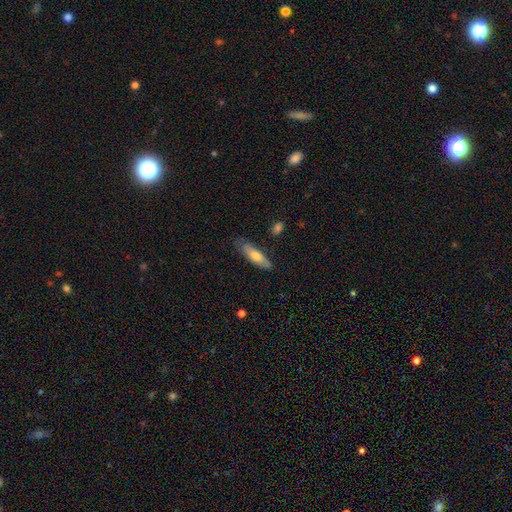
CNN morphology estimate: type=smooth (66%); roundness=cigar-shaped (54%); merging=none (75%).